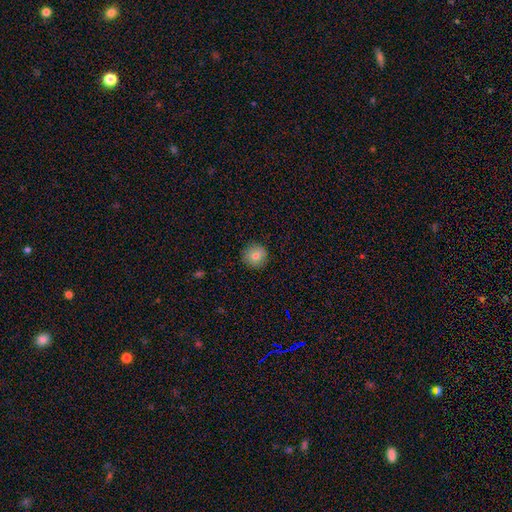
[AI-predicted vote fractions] A smooth galaxy with no disk features (77%) that is round (93%).

Vote fractions:
- Smooth or featured? smooth: 77% / featured or disk: 13% / star or artifact: 10%
- How rounded? round: 93% / in between: 6% / cigar-shaped: 1%
- Merging? none: 89% / minor disturbance: 8% / major disturbance: 2% / merger: 1%